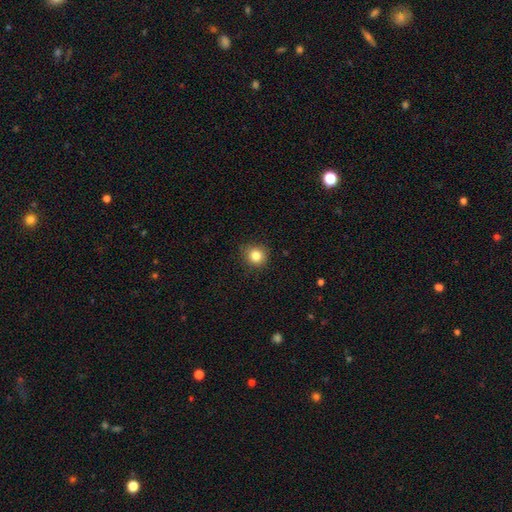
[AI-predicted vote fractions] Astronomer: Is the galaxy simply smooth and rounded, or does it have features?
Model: smooth — 83%.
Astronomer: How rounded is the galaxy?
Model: round — 88%.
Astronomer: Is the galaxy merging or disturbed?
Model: none — 87%.